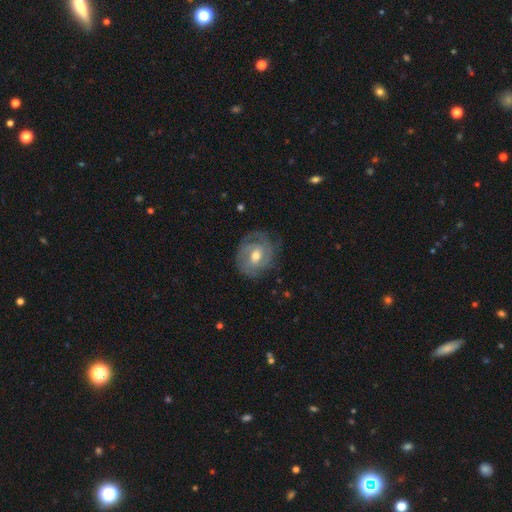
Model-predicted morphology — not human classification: Q: Smooth or featured?
A: featured or disk (78%); runner-up: smooth (16%)
Q: Edge-on disk?
A: no (97%); runner-up: yes (3%)
Q: Bar?
A: weak (47%); runner-up: no (40%)
Q: Spiral arms?
A: yes (89%); runner-up: no (11%)
Q: Spiral winding?
A: tight (62%); runner-up: medium (29%)
Q: Spiral arm count?
A: can't tell (33%); runner-up: 2 (29%)
Q: Bulge size?
A: moderate (74%); runner-up: small (19%)
Q: Merging?
A: none (72%); runner-up: minor disturbance (19%)